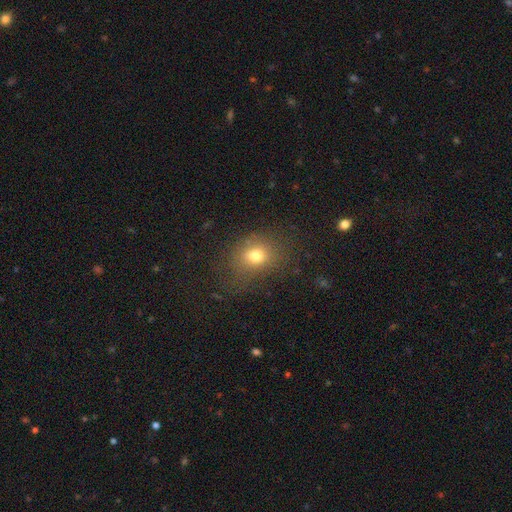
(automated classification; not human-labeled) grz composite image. It shows a smooth galaxy with no disk features (74%) that is round (53%). Merging: none (71%).